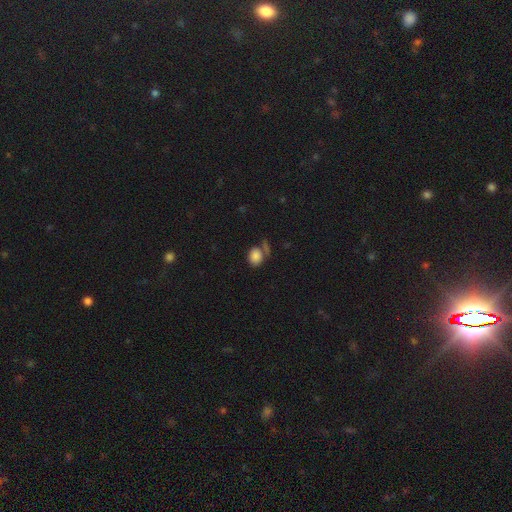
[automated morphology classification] smooth 83%, star or artifact 11%, featured or disk 6%. Down the decision tree: how rounded — in between (59%); merging — none (55%).